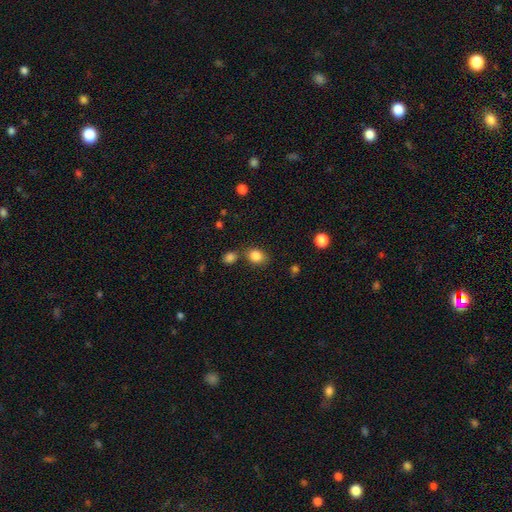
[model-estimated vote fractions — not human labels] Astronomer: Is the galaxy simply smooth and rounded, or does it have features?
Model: smooth — 85%.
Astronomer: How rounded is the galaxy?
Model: in between — 54% (runner-up: round, 44%).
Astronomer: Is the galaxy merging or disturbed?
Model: none — 69%.